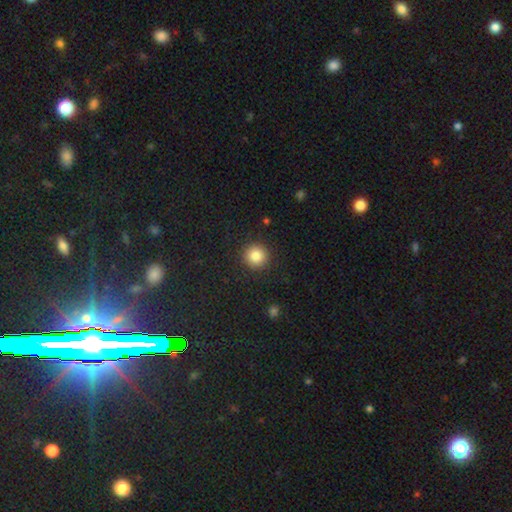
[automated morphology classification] The model was most divided on "smooth or featured": smooth: 84%, star or artifact: 10%, featured or disk: 5%. More confident: how rounded — round (94%); merging — none (91%).